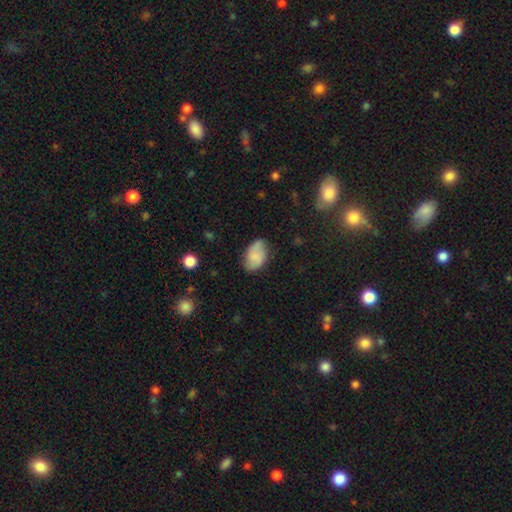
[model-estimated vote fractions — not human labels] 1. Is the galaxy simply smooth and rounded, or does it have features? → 72% smooth, 20% featured or disk, 8% star or artifact.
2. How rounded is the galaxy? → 90% in between, 9% round, 1% cigar-shaped.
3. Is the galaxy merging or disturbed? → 70% none, 23% minor disturbance, 5% major disturbance, 2% merger.